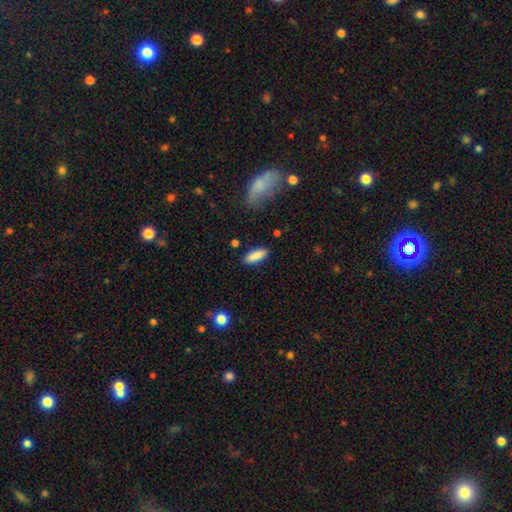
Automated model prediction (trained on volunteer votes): A smooth galaxy with no disk features (87%) that is in between round and cigar-shaped (62%). Merging: none (84%).